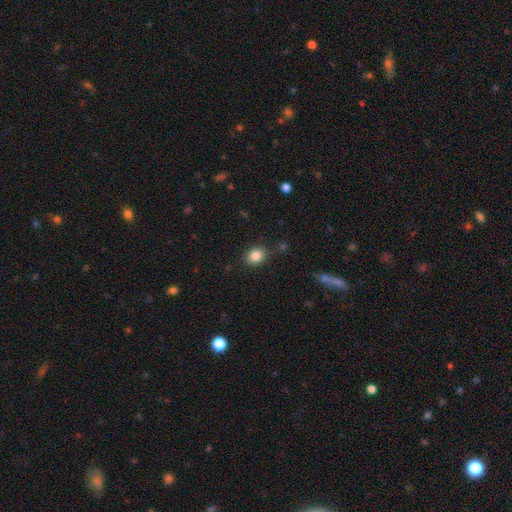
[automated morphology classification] smooth-or-featured: smooth: 85% | star or artifact: 10% | featured or disk: 6%
  how-rounded: round: 56% | in between: 43% | cigar-shaped: 1%
  merging: none: 84% | minor disturbance: 11% | major disturbance: 3% | merger: 2%